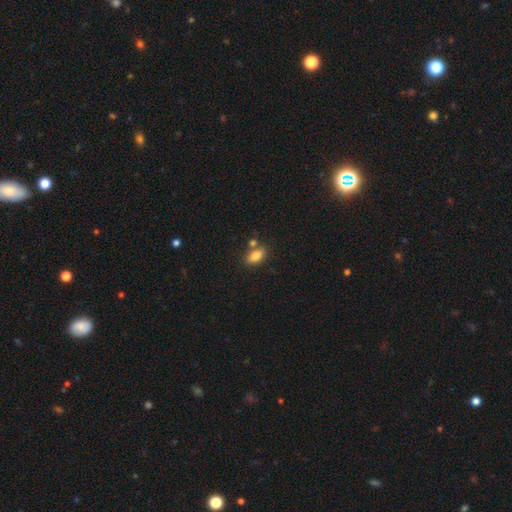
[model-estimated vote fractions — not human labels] Smooth or featured: smooth — 81% (featured or disk — 11%)
How rounded: in between — 87% (cigar-shaped — 7%)
Merging: none — 68% (merger — 16%)